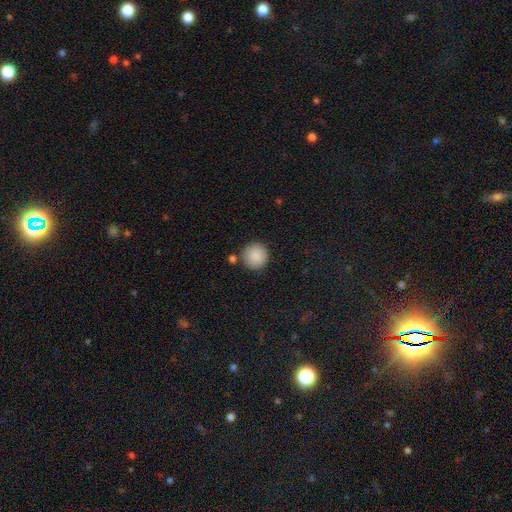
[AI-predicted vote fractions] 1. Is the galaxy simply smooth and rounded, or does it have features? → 89% smooth, 7% star or artifact, 4% featured or disk.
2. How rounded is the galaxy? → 95% round, 4% in between, 1% cigar-shaped.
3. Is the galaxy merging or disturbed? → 85% none, 7% minor disturbance, 5% merger, 2% major disturbance.